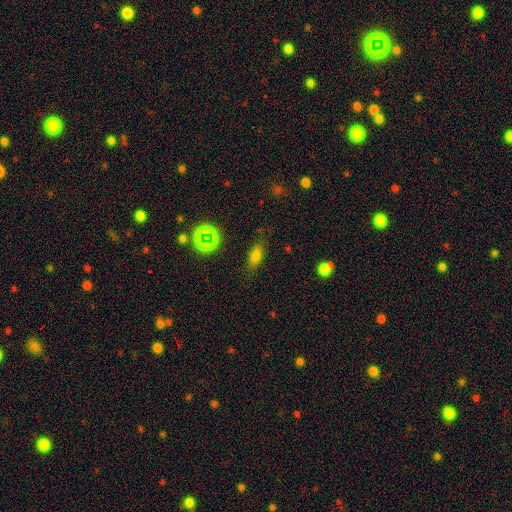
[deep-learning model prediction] This appears to be a smooth galaxy with no disk features (73%) that is in between round and cigar-shaped (74%). Merging: none (79%).